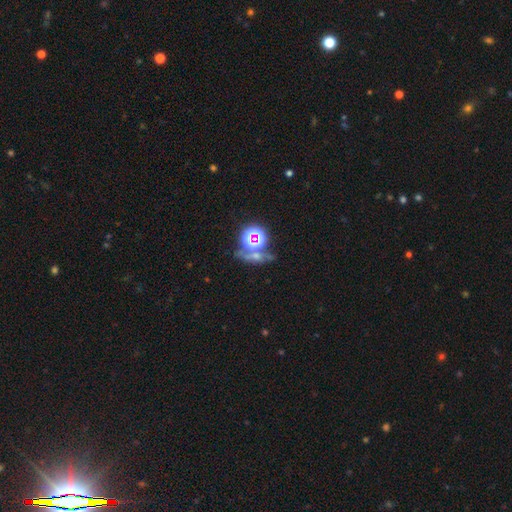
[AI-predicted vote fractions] smooth-or-featured: star or artifact: 61% | smooth: 23% | featured or disk: 16%